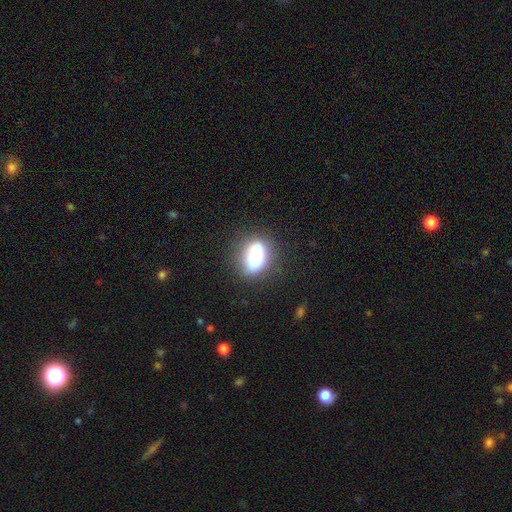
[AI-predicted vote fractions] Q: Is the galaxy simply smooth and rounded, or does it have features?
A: smooth — 76%.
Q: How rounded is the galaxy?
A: in between — 70%.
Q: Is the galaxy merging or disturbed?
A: none — 76%.